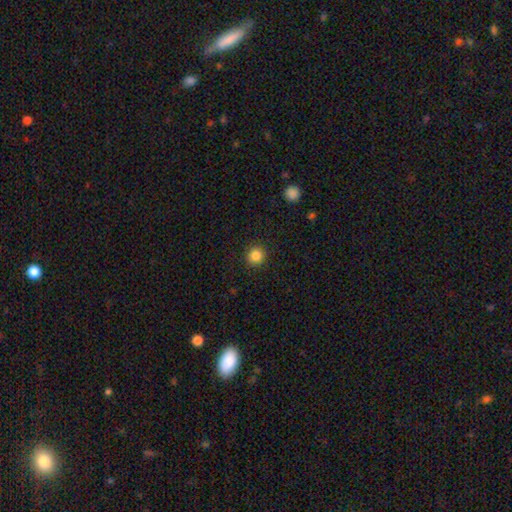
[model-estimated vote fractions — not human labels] The model was most divided on "smooth or featured": smooth: 85%, star or artifact: 11%, featured or disk: 4%. More confident: how rounded — round (94%); merging — none (92%).